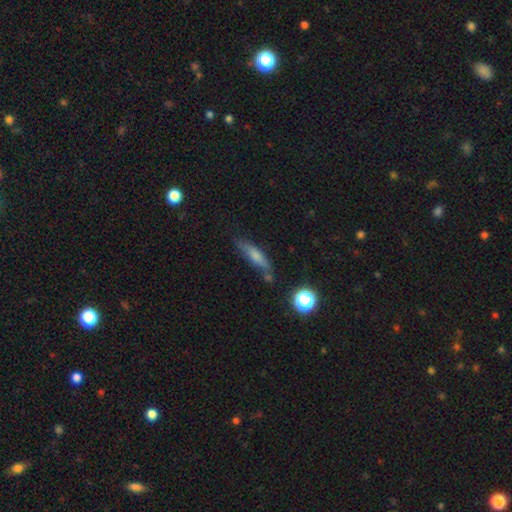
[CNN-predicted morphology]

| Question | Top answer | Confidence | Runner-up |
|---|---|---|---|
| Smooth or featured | smooth | 65% | featured or disk (24%) |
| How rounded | cigar-shaped | 71% | in between (25%) |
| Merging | none | 65% | minor disturbance (21%) |